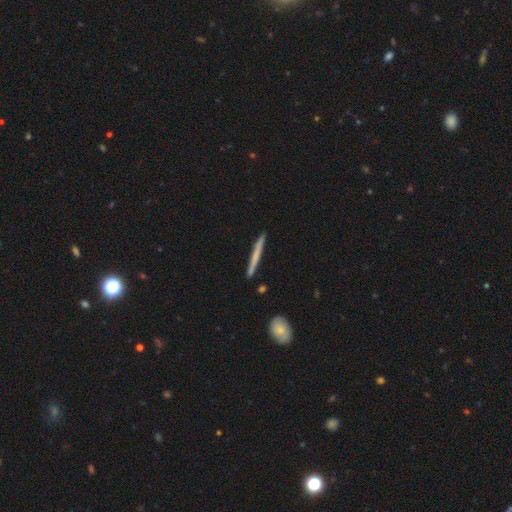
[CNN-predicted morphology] Smooth or featured?
  - smooth: 51% *
  - featured or disk: 44%
  - star or artifact: 5%
How rounded?
  - cigar-shaped: 96% *
  - in between: 2%
  - round: 2%
Merging?
  - none: 91% *
  - minor disturbance: 6%
  - merger: 2%
  - major disturbance: 1%